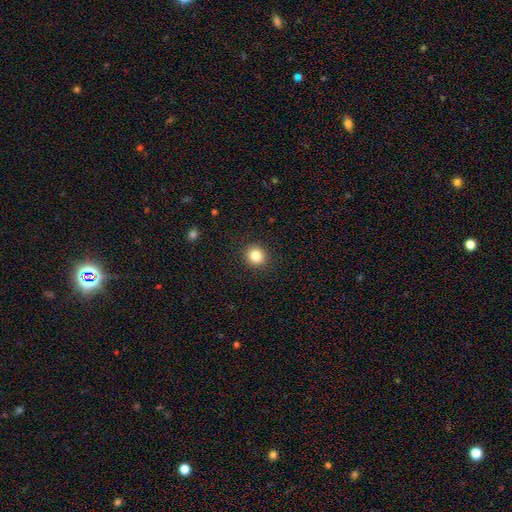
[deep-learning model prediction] smooth 83%, star or artifact 11%, featured or disk 6%. Down the decision tree: how rounded — round (88%); merging — none (92%).